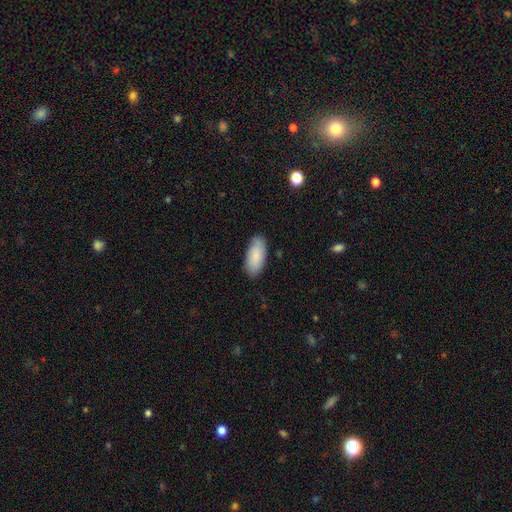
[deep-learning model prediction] Morphology: type=smooth (86%); roundness=in between (90%); merging=none (83%).